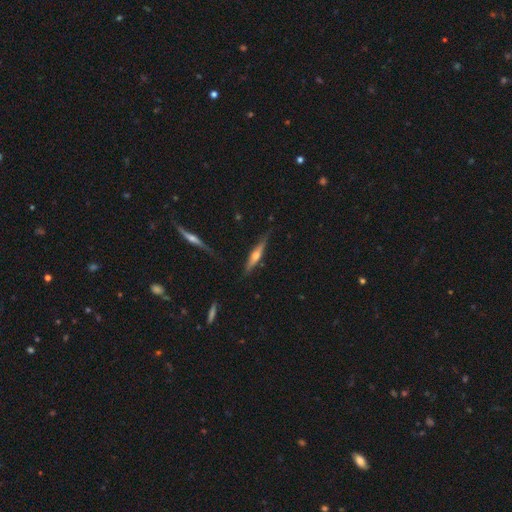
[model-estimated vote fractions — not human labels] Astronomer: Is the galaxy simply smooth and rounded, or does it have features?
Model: featured or disk — 65%.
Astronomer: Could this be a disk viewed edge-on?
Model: yes — 95%.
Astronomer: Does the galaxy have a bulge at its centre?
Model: rounded — 87%.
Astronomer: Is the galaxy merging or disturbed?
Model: none — 77%.